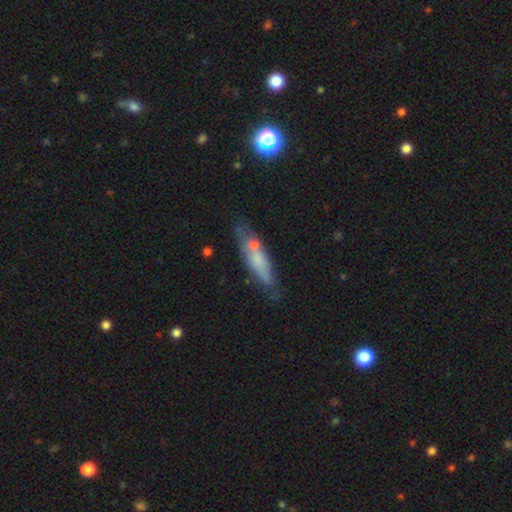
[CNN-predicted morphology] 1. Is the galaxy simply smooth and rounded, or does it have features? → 56% smooth, 35% featured or disk, 9% star or artifact.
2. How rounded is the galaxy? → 69% cigar-shaped, 29% in between, 3% round.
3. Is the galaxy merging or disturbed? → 64% none, 21% minor disturbance, 9% merger, 7% major disturbance.